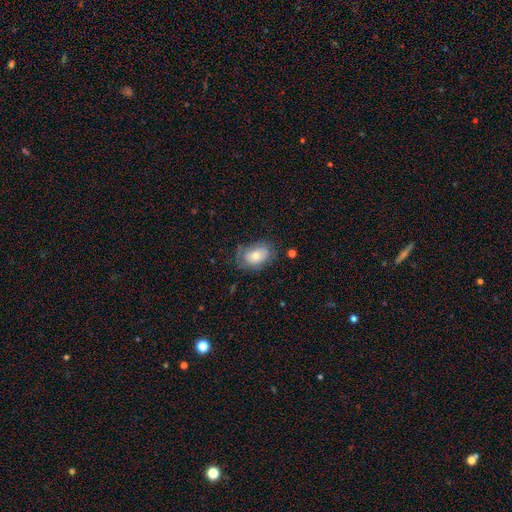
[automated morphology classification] type=smooth (65%); roundness=in between (78%); merging=none (62%).